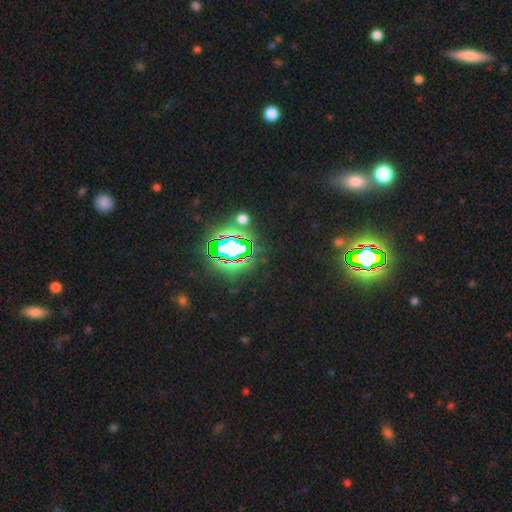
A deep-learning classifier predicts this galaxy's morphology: Smooth or featured?
  - star or artifact: 80% *
  - smooth: 11%
  - featured or disk: 9%